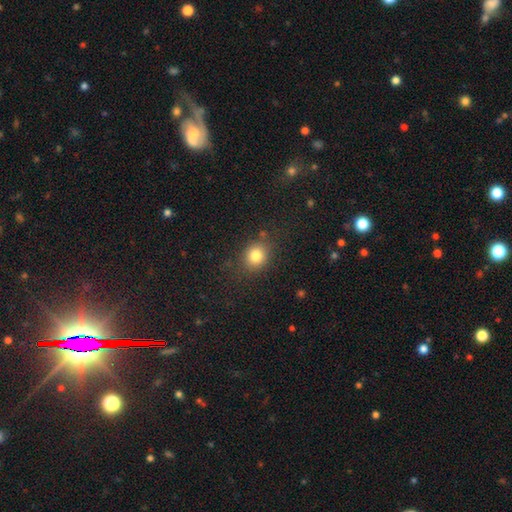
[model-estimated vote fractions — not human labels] smooth 81%, star or artifact 12%, featured or disk 7%. Down the decision tree: how rounded — round (68%); merging — none (79%).